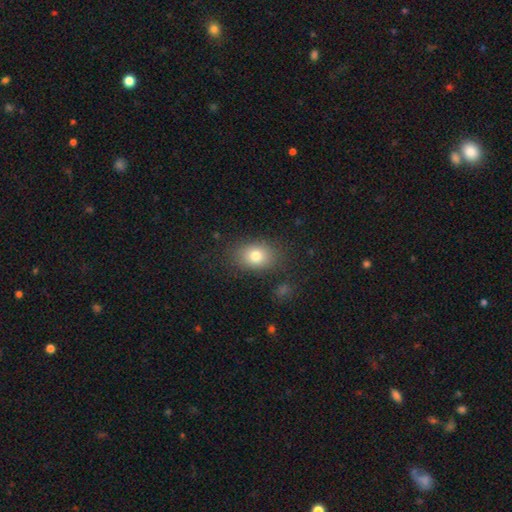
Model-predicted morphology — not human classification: smooth_or_featured: smooth (p=0.79) [alt: featured or disk p=0.11]
how_rounded: in between (p=0.68) [alt: round p=0.31]
merging: none (p=0.82) [alt: minor disturbance p=0.12]